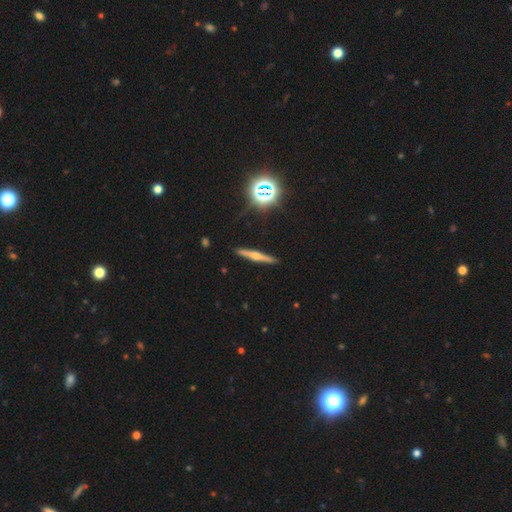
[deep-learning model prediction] This appears to be a featured or disk galaxy (62%) viewed edge-on (97%) with a rounded central bulge (82%). Merging: none (91%).